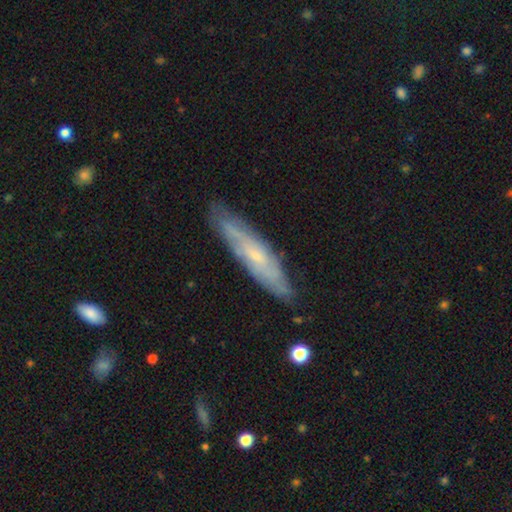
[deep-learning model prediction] Morphology: type=featured or disk (61%); edge-on=no (50%, tied with yes); merging=none (79%).